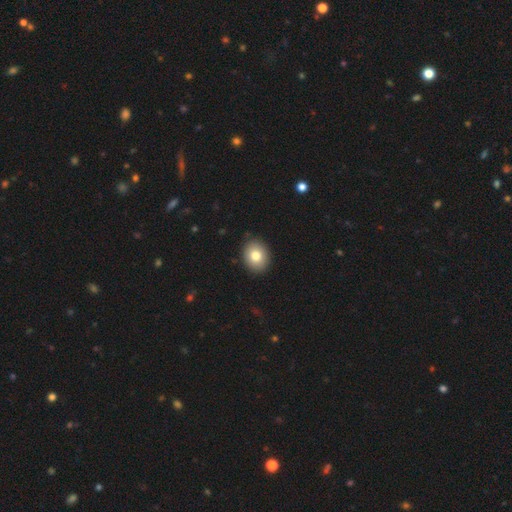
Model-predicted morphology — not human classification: A smooth galaxy with no disk features (79%) that is round (54%).

Vote fractions:
- Smooth or featured? smooth: 79% / featured or disk: 12% / star or artifact: 9%
- How rounded? round: 54% / in between: 45% / cigar-shaped: 1%
- Merging? none: 89% / minor disturbance: 8% / major disturbance: 2% / merger: 1%